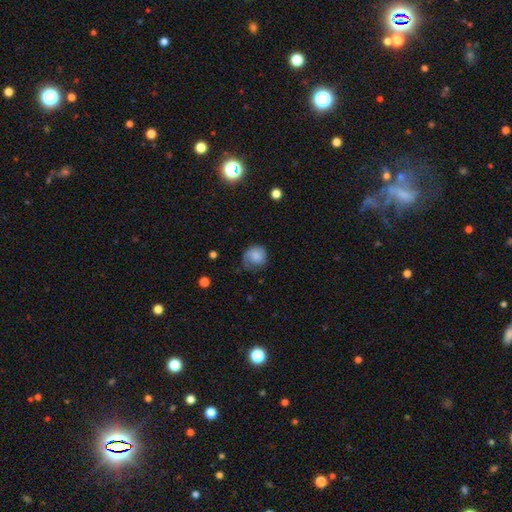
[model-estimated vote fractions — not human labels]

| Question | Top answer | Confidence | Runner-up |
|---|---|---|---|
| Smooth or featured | smooth | 73% | featured or disk (19%) |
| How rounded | round | 81% | in between (18%) |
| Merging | none | 51% | minor disturbance (31%) |